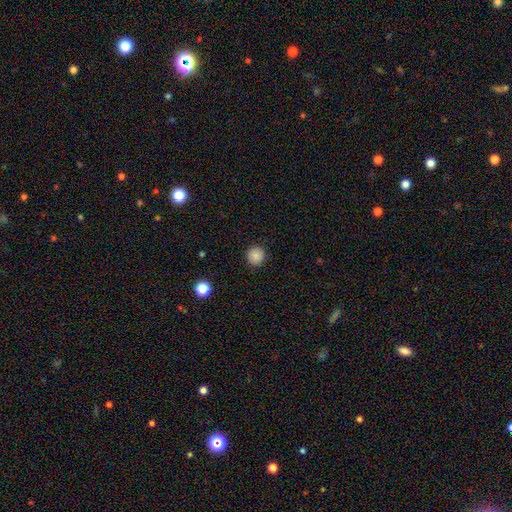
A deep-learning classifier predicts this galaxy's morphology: Smooth or featured?
  - smooth: 86% *
  - star or artifact: 10%
  - featured or disk: 4%
How rounded?
  - round: 94% *
  - in between: 5%
  - cigar-shaped: 1%
Merging?
  - none: 91% *
  - minor disturbance: 6%
  - major disturbance: 2%
  - merger: 1%